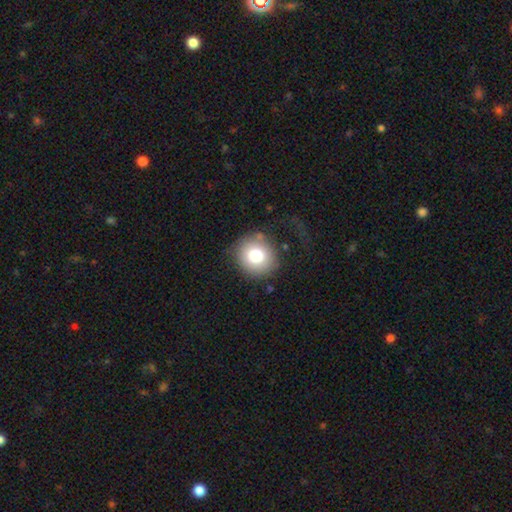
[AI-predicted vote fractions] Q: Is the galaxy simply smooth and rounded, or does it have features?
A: smooth — 77%.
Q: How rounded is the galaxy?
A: round — 89%.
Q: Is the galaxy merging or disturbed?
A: none — 74%.